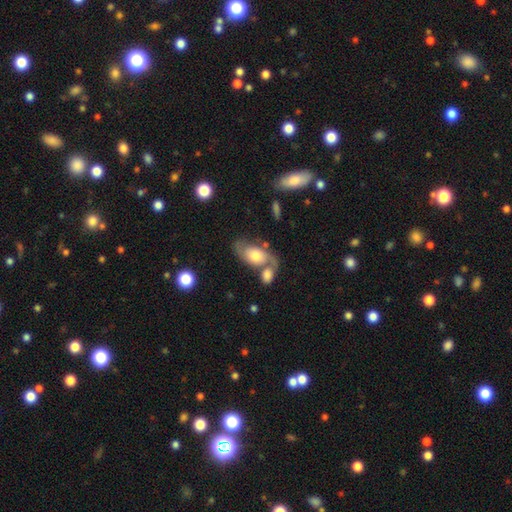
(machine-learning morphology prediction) smooth_or_featured: featured or disk (p=0.54) [alt: smooth p=0.40]
disk_edge_on: no (p=0.93) [alt: yes p=0.07]
merging: none (p=0.39) [alt: merger p=0.35]